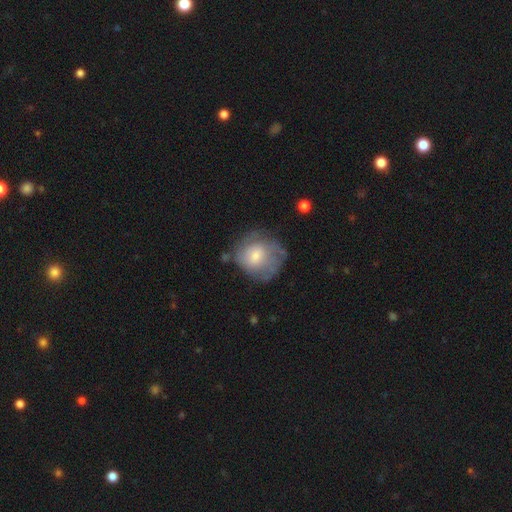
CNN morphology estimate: Smooth or featured?
  - smooth: 59% *
  - featured or disk: 34%
  - star or artifact: 7%
How rounded?
  - round: 77% *
  - in between: 22%
  - cigar-shaped: 1%
Merging?
  - none: 49% *
  - minor disturbance: 29%
  - major disturbance: 19%
  - merger: 3%